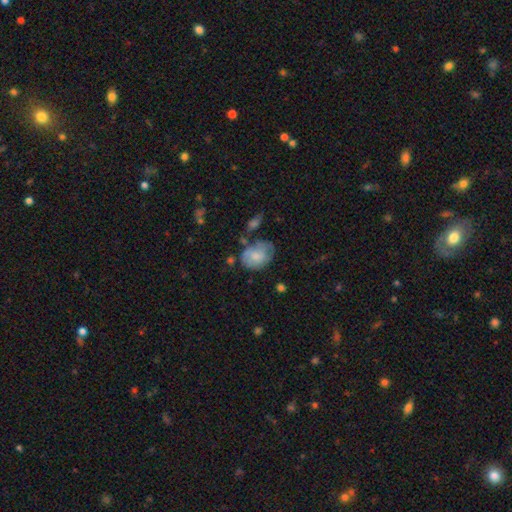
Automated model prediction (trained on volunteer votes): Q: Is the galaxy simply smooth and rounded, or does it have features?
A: smooth — 64%.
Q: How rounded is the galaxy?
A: in between — 68%.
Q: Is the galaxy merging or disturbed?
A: none — 45%.